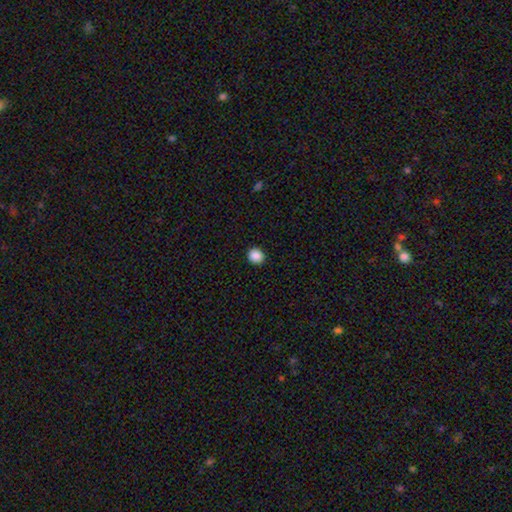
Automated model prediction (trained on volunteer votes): A smooth galaxy with no disk features (88%) that is round (84%). Merging: none (92%).